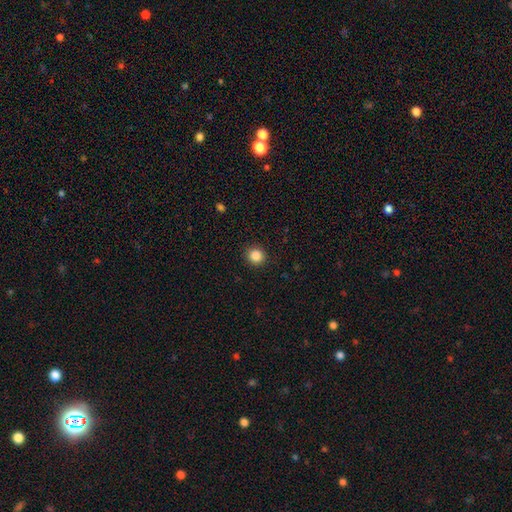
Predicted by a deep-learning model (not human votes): Smooth or featured? Predicted: smooth (p=0.86). How rounded? Predicted: round (p=0.92). Merging? Predicted: none (p=0.92).